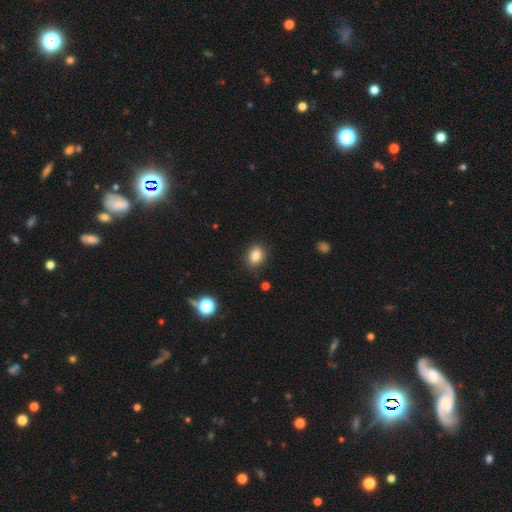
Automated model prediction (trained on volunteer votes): Smooth or featured?
  - smooth: 81% *
  - star or artifact: 11%
  - featured or disk: 8%
How rounded?
  - in between: 59% *
  - round: 40%
  - cigar-shaped: 1%
Merging?
  - none: 83% *
  - minor disturbance: 13%
  - major disturbance: 3%
  - merger: 2%